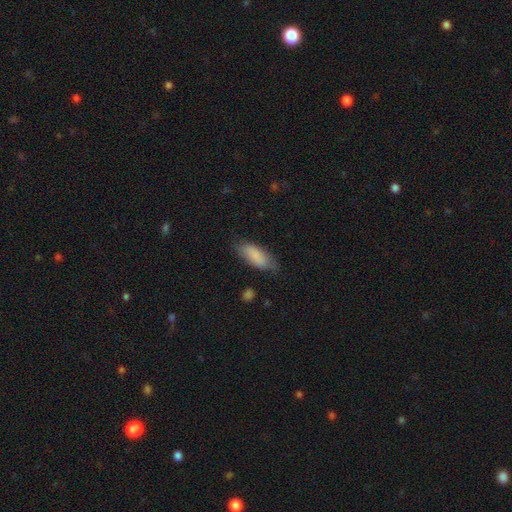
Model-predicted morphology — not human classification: Smooth or featured? smooth (85%)
How rounded? in between (80%)
Merging? none (74%)